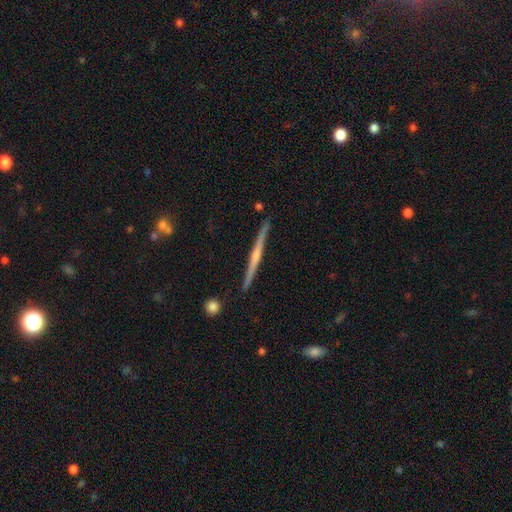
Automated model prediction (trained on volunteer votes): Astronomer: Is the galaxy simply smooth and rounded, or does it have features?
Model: featured or disk — 77%.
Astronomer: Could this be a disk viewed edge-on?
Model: yes — 98%.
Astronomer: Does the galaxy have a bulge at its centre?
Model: rounded — 67%.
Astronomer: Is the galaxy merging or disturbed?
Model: none — 90%.